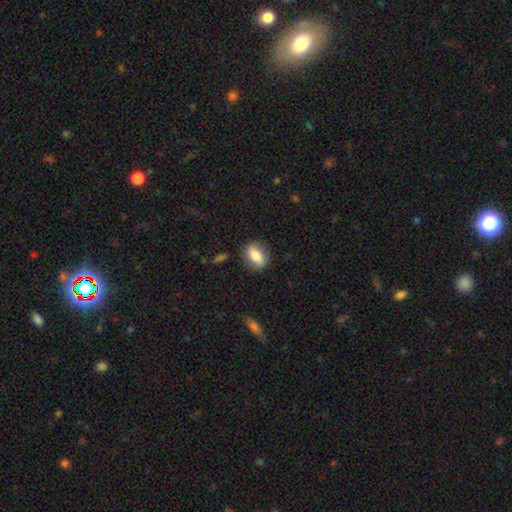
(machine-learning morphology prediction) smooth-or-featured: smooth: 73% | featured or disk: 20% | star or artifact: 7%
  how-rounded: in between: 74% | round: 20% | cigar-shaped: 6%
  merging: none: 80% | minor disturbance: 14% | major disturbance: 4% | merger: 2%